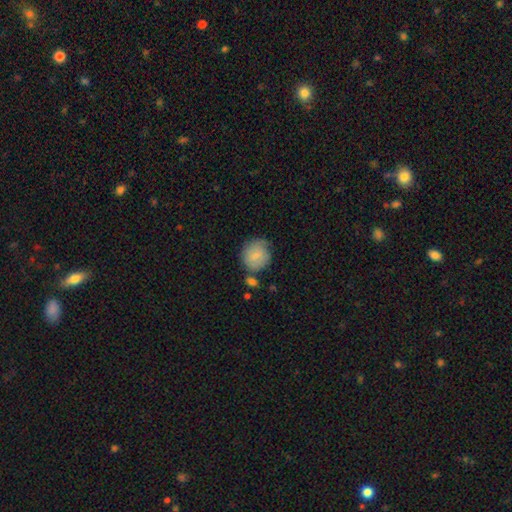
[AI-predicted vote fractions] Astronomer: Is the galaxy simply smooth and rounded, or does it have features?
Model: smooth — 76%.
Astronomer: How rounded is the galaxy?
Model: round — 83%.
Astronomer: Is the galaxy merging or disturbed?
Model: none — 58%.